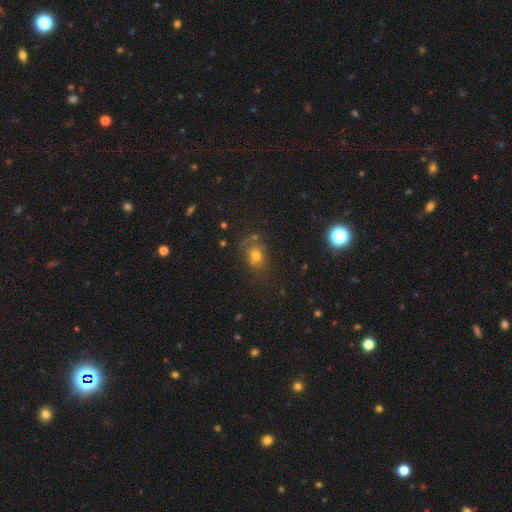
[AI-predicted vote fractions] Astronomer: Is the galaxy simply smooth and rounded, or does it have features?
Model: smooth — 67%.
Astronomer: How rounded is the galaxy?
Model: round — 55% (runner-up: in between, 44%).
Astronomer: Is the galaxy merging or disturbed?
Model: none — 62%.